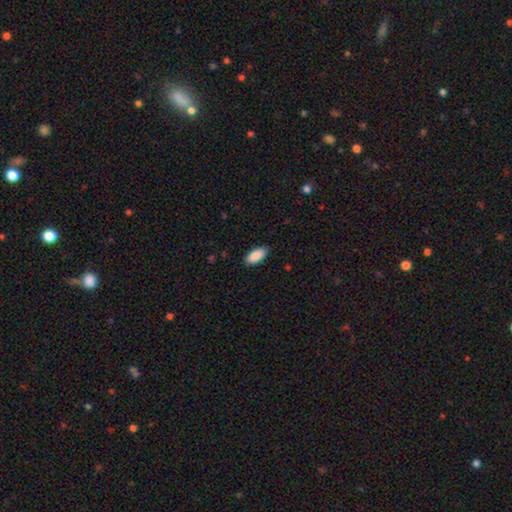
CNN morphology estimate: Smooth or featured: smooth — 90% (star or artifact — 6%)
How rounded: in between — 91% (cigar-shaped — 7%)
Merging: none — 87% (minor disturbance — 10%)